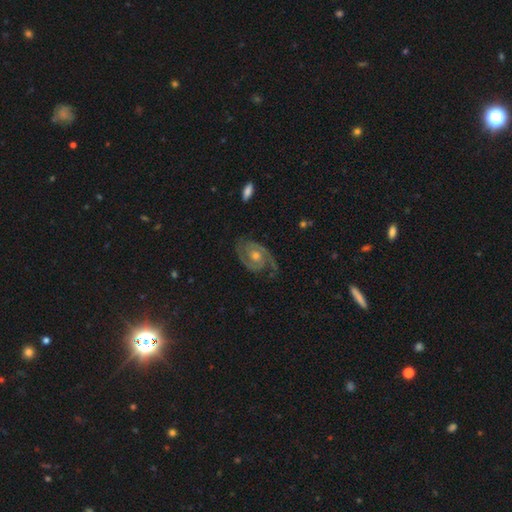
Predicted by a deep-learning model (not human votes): A featured or disk galaxy (89%) with no bar (65%), 2 (89%) tight (51%) spiral arms (97%) and a moderate central bulge (68%). Merging: none (79%).